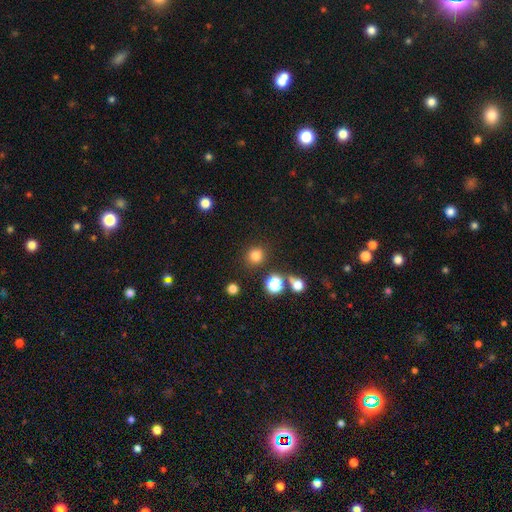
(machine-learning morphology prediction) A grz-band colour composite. It shows a smooth galaxy with no disk features (80%) that is round (89%). Merging: none (85%).